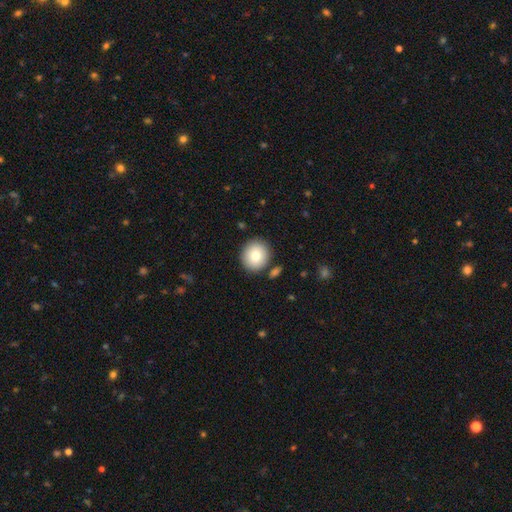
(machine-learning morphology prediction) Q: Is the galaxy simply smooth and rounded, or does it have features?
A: smooth — 82%.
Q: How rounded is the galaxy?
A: round — 86%.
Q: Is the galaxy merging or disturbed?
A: none — 85%.